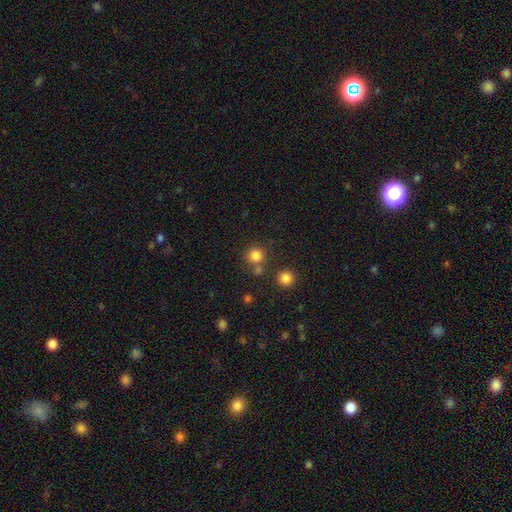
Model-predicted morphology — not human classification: A smooth galaxy with no disk features (81%) that is round (92%).

Vote fractions:
- Smooth or featured? smooth: 81% / star or artifact: 14% / featured or disk: 5%
- How rounded? round: 92% / in between: 7% / cigar-shaped: 1%
- Merging? none: 72% / merger: 16% / minor disturbance: 8% / major disturbance: 4%